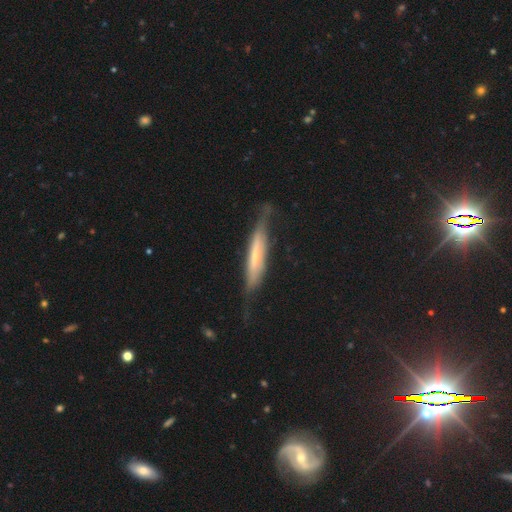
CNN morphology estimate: smooth_or_featured: featured or disk (p=0.62) [alt: smooth p=0.32]
disk_edge_on: yes (p=0.75) [alt: no p=0.25]
merging: none (p=0.58) [alt: minor disturbance p=0.28]